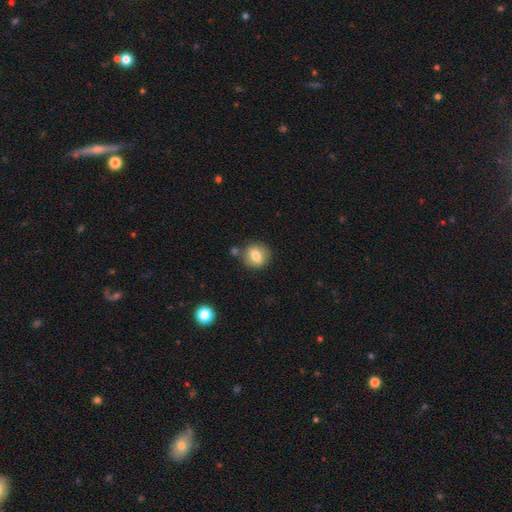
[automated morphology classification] type=smooth (77%); roundness=round (79%); merging=none (78%).